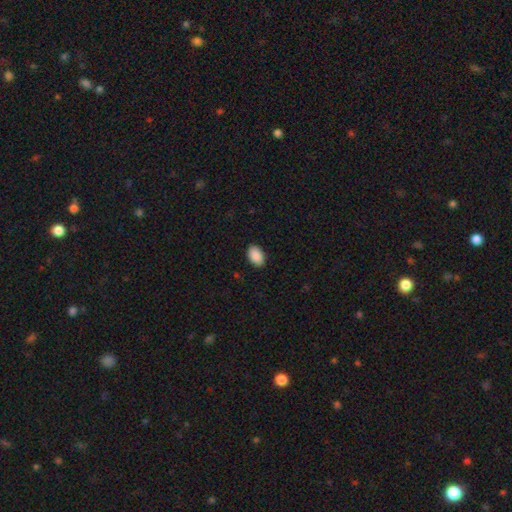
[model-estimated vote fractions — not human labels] A smooth galaxy with no disk features (90%) that is in between round and cigar-shaped (89%).

Vote fractions:
- Smooth or featured? smooth: 90% / star or artifact: 7% / featured or disk: 3%
- How rounded? in between: 89% / round: 10% / cigar-shaped: 1%
- Merging? none: 88% / minor disturbance: 9% / major disturbance: 2% / merger: 1%